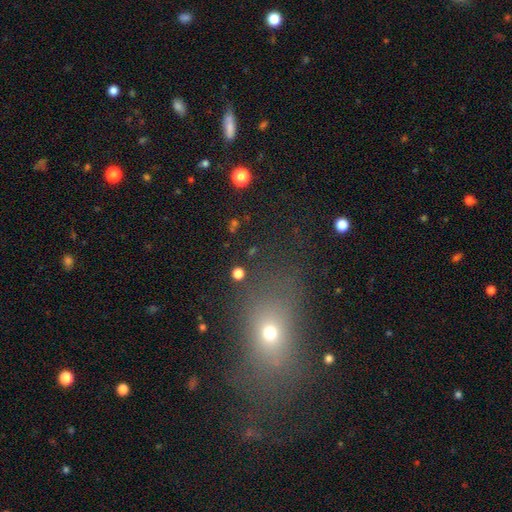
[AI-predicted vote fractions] The model was most divided on "how rounded": in between: 58%, round: 36%, cigar-shaped: 6%. More confident: merging — none (71%); smooth or featured — smooth (55%).